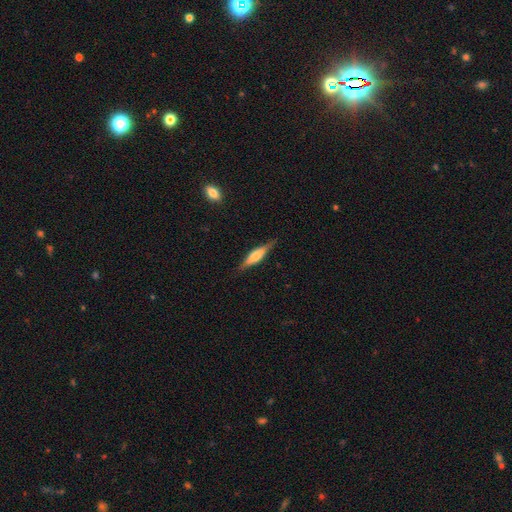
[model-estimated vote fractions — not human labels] smooth-or-featured: featured or disk: 60% | smooth: 33% | star or artifact: 6%
  disk-edge-on: yes: 96% | no: 4%
    edge-on-bulge: rounded: 71% | boxy: 23% | none: 5%
  merging: none: 85% | minor disturbance: 11% | major disturbance: 3% | merger: 1%